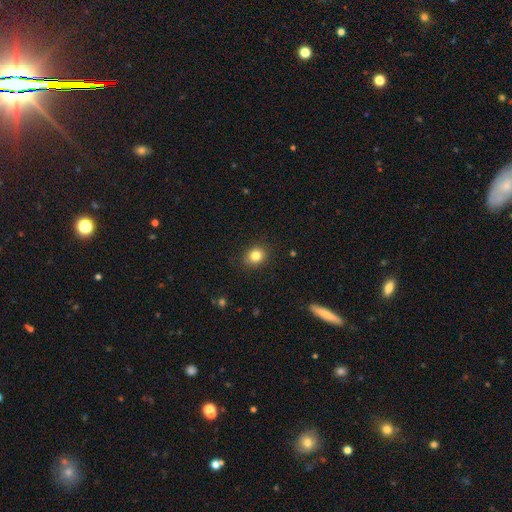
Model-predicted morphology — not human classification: A smooth galaxy with no disk features (82%) that is round (67%). Merging: none (87%).